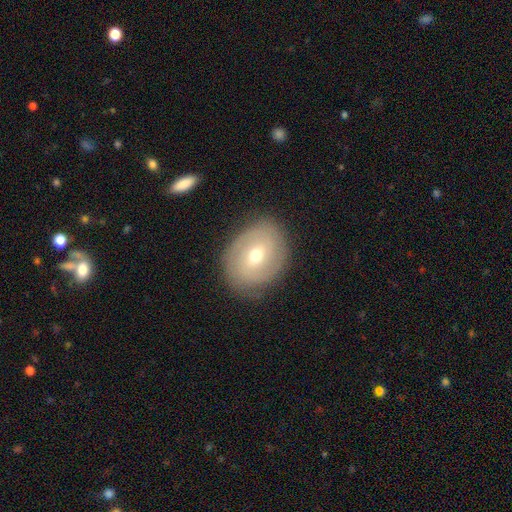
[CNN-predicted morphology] type=featured or disk (55%); edge-on=no (94%); bar=no (50%); spiral arms=yes (64%); bulge=moderate (58%); merging=none (79%).